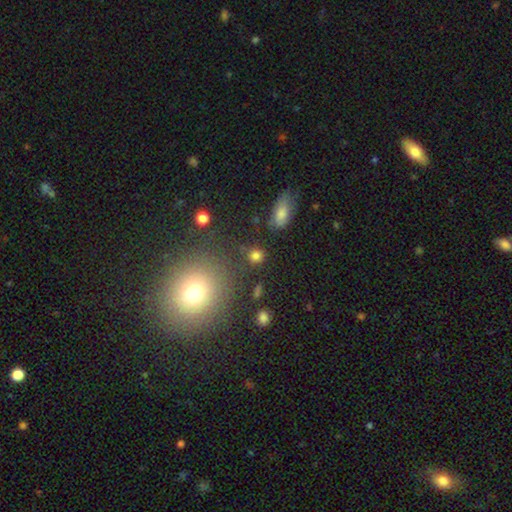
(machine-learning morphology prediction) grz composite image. It shows a smooth galaxy with no disk features (79%) that is round (82%). Merging: none (80%).